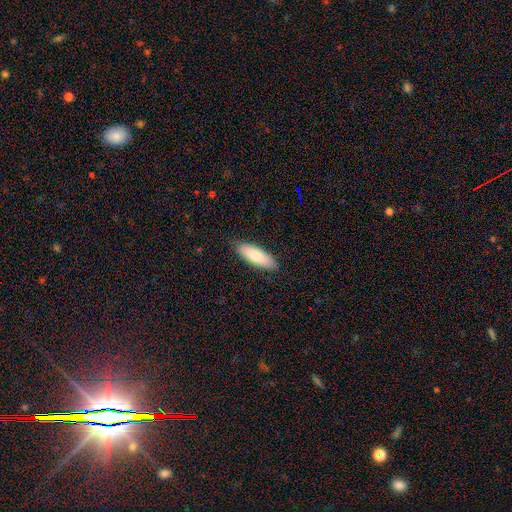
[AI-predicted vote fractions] smooth-or-featured: smooth: 82% | featured or disk: 12% | star or artifact: 6%
  how-rounded: in between: 62% | cigar-shaped: 37% | round: 2%
  merging: none: 86% | minor disturbance: 11% | major disturbance: 2% | merger: 1%